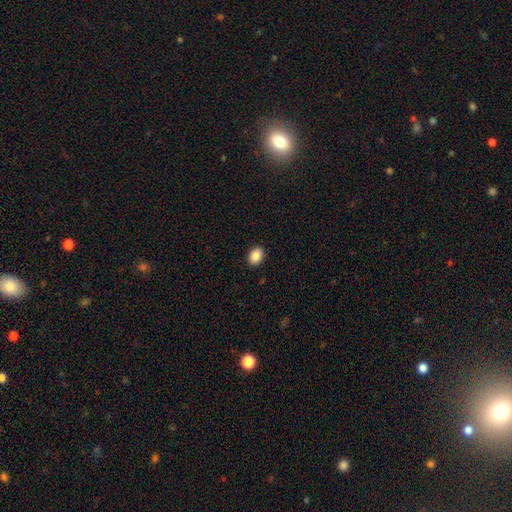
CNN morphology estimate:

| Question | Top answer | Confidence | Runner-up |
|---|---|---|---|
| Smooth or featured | smooth | 88% | star or artifact (8%) |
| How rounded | in between | 65% | round (34%) |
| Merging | none | 91% | minor disturbance (6%) |